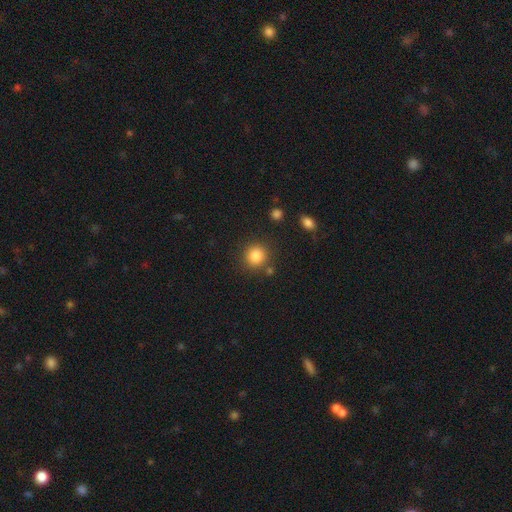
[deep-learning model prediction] smooth_or_featured: smooth (p=0.85) [alt: star or artifact p=0.10]
how_rounded: round (p=0.90) [alt: in between p=0.09]
merging: none (p=0.83) [alt: minor disturbance p=0.08]